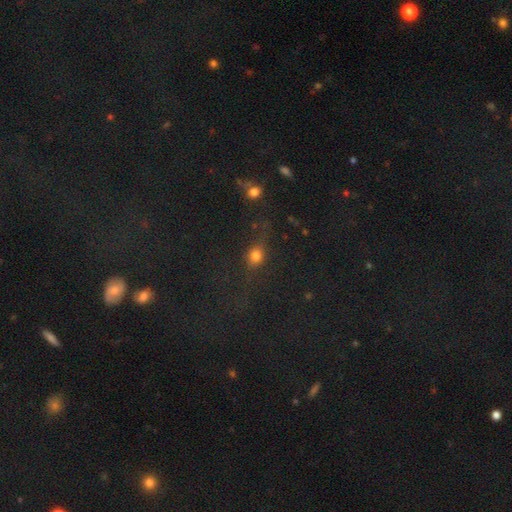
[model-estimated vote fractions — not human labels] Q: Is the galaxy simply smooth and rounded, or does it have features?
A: smooth — 71%.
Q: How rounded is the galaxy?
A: round — 59%.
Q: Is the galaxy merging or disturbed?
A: none — 65%.